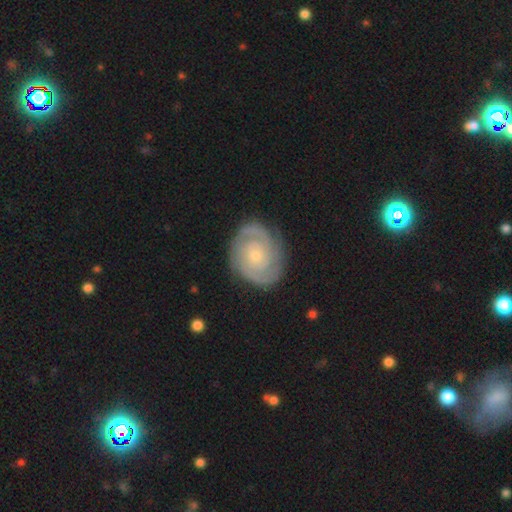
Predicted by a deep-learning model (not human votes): This appears to be a featured or disk galaxy (86%) with no bar (76%), 2 (66%) tight (71%) spiral arms (97%) and a small central bulge (76%). Merging: none (83%).